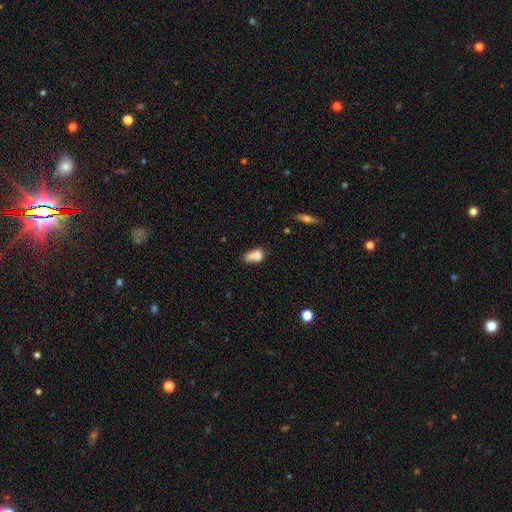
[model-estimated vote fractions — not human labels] A smooth galaxy with no disk features (70%) that is in between round and cigar-shaped (78%).

Vote fractions:
- Smooth or featured? smooth: 70% / featured or disk: 20% / star or artifact: 10%
- How rounded? in between: 78% / round: 16% / cigar-shaped: 6%
- Merging? merger: 45% / none: 29% / minor disturbance: 16% / major disturbance: 9%